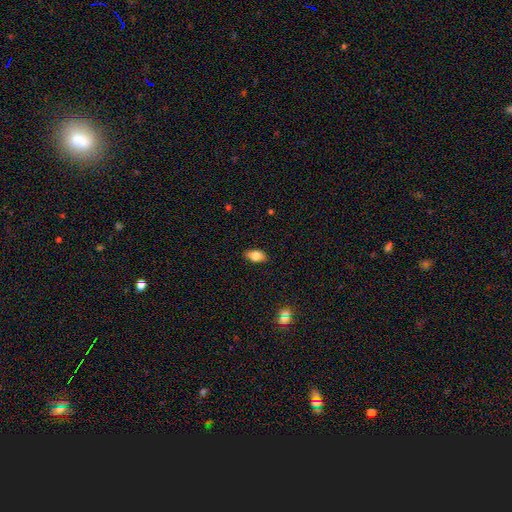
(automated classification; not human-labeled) The model was most divided on "smooth or featured": smooth: 78%, featured or disk: 14%, star or artifact: 8%. More confident: how rounded — in between (88%); merging — none (86%).